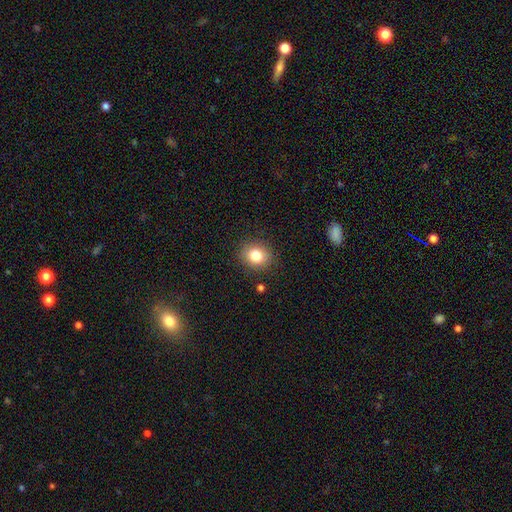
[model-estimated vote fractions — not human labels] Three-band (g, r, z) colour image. It shows a smooth galaxy with no disk features (82%) that is round (70%). Merging: none (88%).